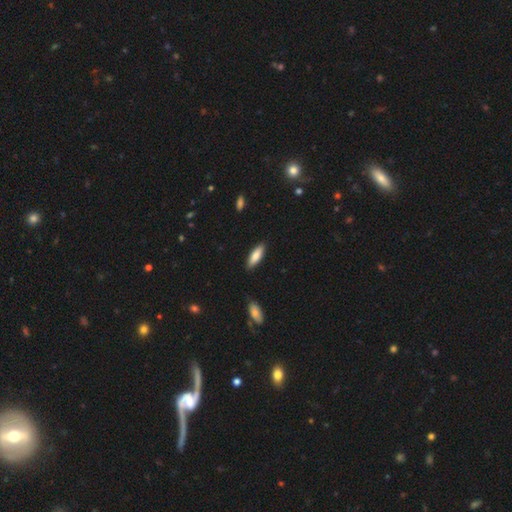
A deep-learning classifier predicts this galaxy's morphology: A smooth galaxy with no disk features (82%) that is in between round and cigar-shaped (54%). Merging: none (87%).